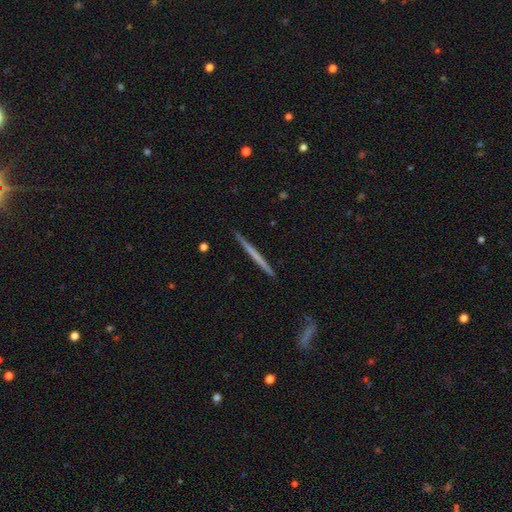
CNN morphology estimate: The model was most divided on "smooth or featured": featured or disk: 51%, smooth: 44%, star or artifact: 5%. More confident: edge-on disk — yes (98%); merging — none (92%).